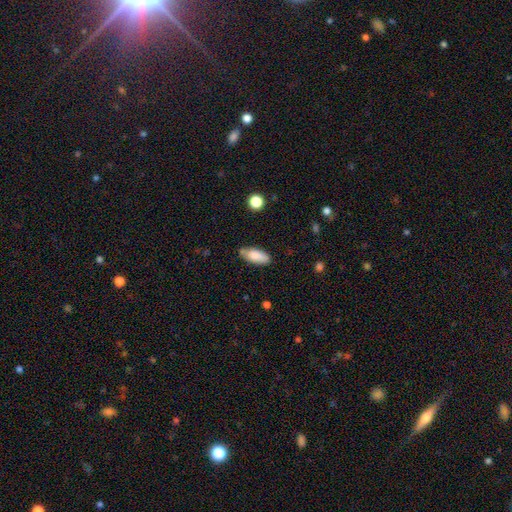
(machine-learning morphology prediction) The model was most divided on "merging": none: 72%, minor disturbance: 19%, merger: 6%, major disturbance: 3%. More confident: smooth or featured — smooth (84%); how rounded — in between (84%).